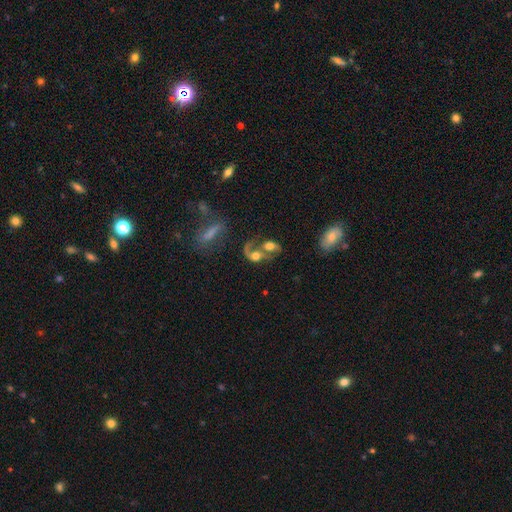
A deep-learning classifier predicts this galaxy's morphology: type=featured or disk (49%); merging=merger (70%).